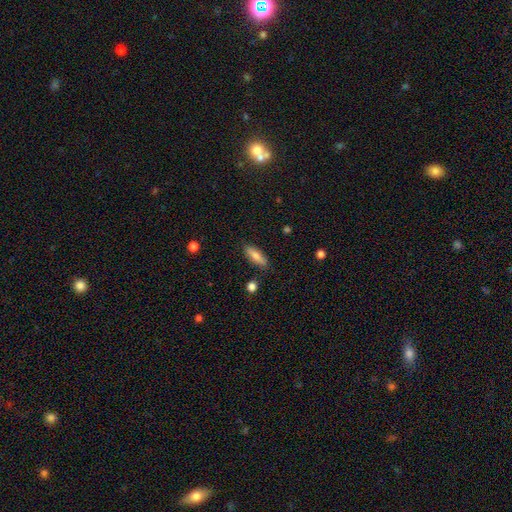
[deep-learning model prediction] Overall: smooth (68%). How rounded: cigar-shaped (51%; in between 46%). Merging: none (87%).